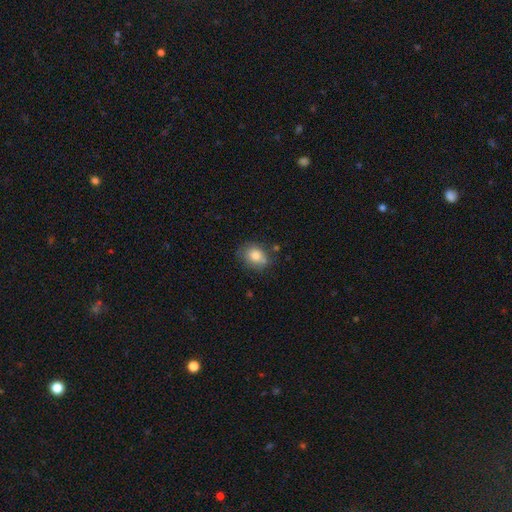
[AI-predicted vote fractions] A smooth galaxy with no disk features (80%) that is round (50%). Merging: none (66%).